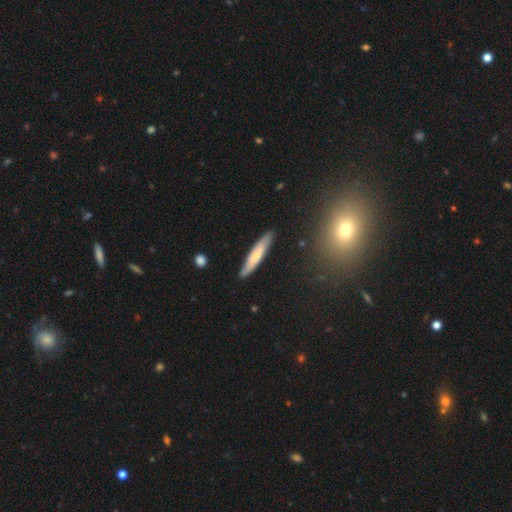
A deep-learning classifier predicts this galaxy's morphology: smooth_or_featured: smooth (p=0.64) [alt: featured or disk p=0.31]
how_rounded: cigar-shaped (p=0.90) [alt: in between p=0.09]
merging: none (p=0.86) [alt: minor disturbance p=0.10]